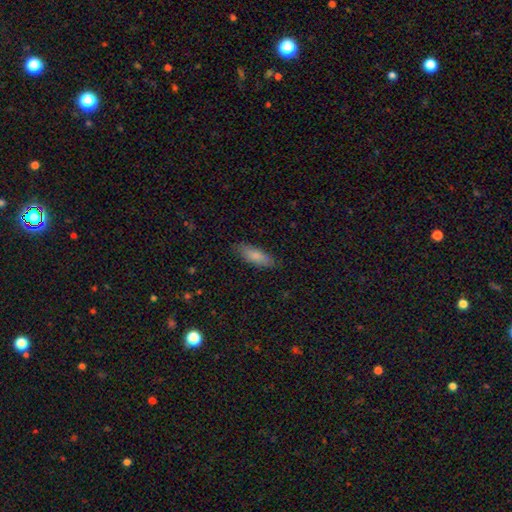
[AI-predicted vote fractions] Smooth or featured? Predicted: smooth (p=0.82). How rounded? Predicted: in between (p=0.62). Merging? Predicted: none (p=0.83).